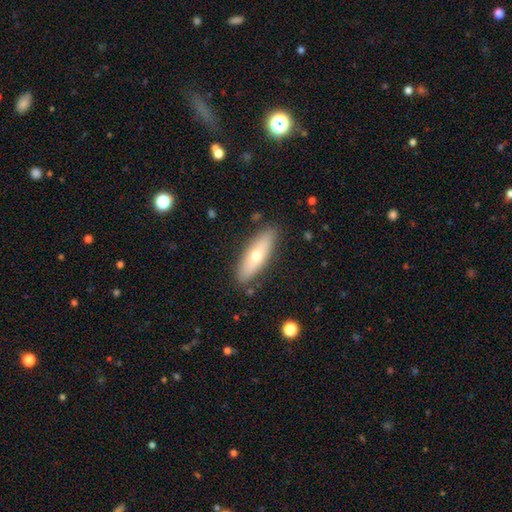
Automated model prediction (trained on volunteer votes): Morphology: type=smooth (61%); roundness=cigar-shaped (52%); merging=none (86%).